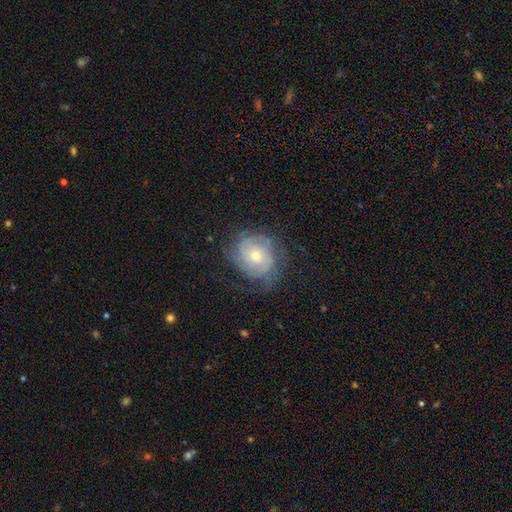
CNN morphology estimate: Overall: featured or disk (69%). Edge-on disk: no (97%). Bar: no (80%). Spiral arms: yes (86%). Spiral arm count: can't tell (45%; 2 23%). Spiral winding: tight (63%; medium 27%). Bulge size: small (51%; moderate 45%). Merging: none (65%).